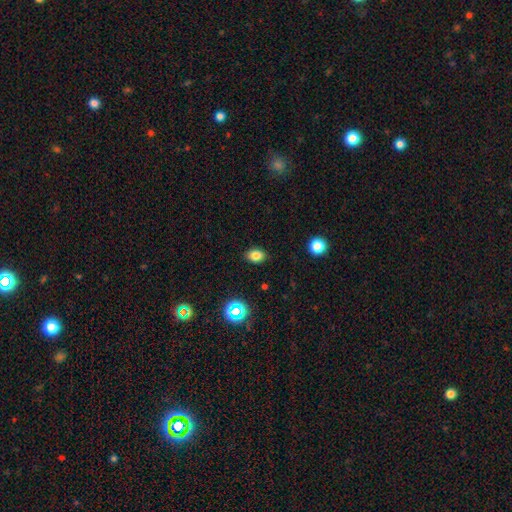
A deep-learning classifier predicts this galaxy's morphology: A smooth galaxy with no disk features (80%) that is in between round and cigar-shaped (74%).

Vote fractions:
- Smooth or featured? smooth: 80% / star or artifact: 14% / featured or disk: 6%
- How rounded? in between: 74% / round: 25% / cigar-shaped: 1%
- Merging? none: 88% / minor disturbance: 9% / major disturbance: 2% / merger: 1%